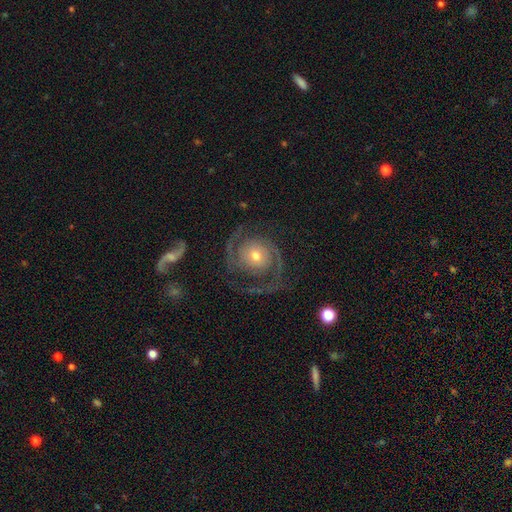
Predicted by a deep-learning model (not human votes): Q: Smooth or featured?
A: featured or disk (89%); runner-up: smooth (6%)
Q: Edge-on disk?
A: no (98%); runner-up: yes (2%)
Q: Bar?
A: no (73%); runner-up: weak (20%)
Q: Spiral arms?
A: yes (97%); runner-up: no (3%)
Q: Spiral winding?
A: medium (45%); runner-up: tight (40%)
Q: Spiral arm count?
A: 2 (88%); runner-up: can't tell (3%)
Q: Bulge size?
A: moderate (50%); runner-up: small (43%)
Q: Merging?
A: none (73%); runner-up: minor disturbance (13%)